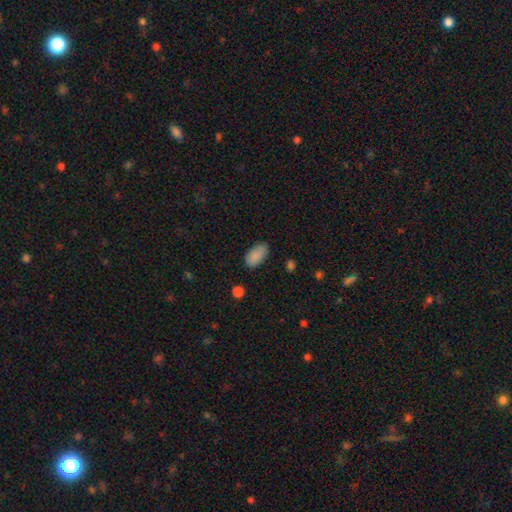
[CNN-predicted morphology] The model was most divided on "merging": none: 81%, minor disturbance: 14%, major disturbance: 3%, merger: 1%. More confident: how rounded — in between (94%); smooth or featured — smooth (88%).